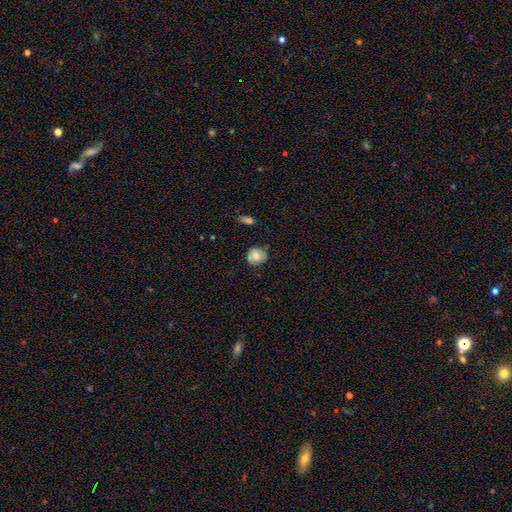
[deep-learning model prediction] Overall: smooth (70%). How rounded: round (78%). Merging: none (71%).